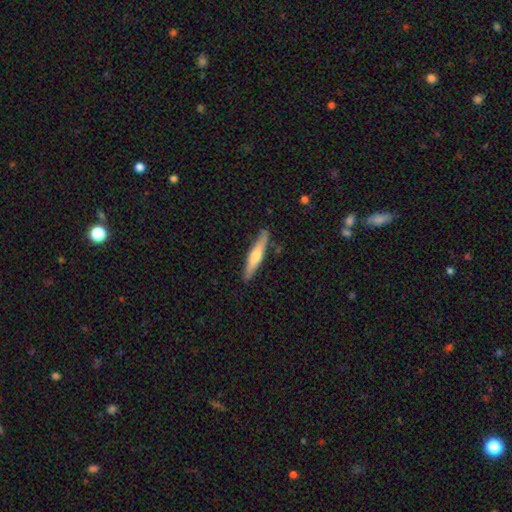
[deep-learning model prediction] This is possibly a smooth galaxy (49%). Merging: clearly none (88%).